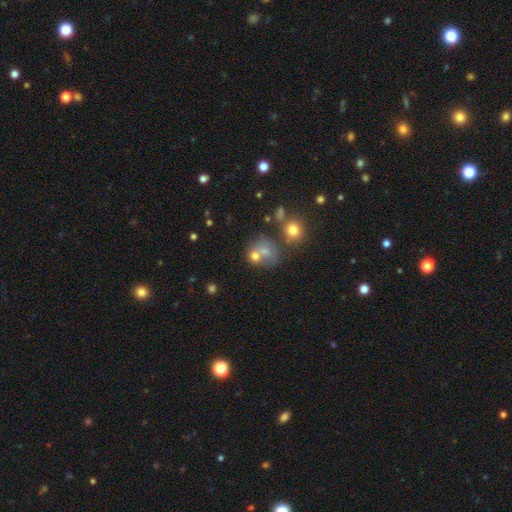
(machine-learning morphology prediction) A smooth galaxy with no disk features (67%) that is round (69%). Merging: merger (48%).